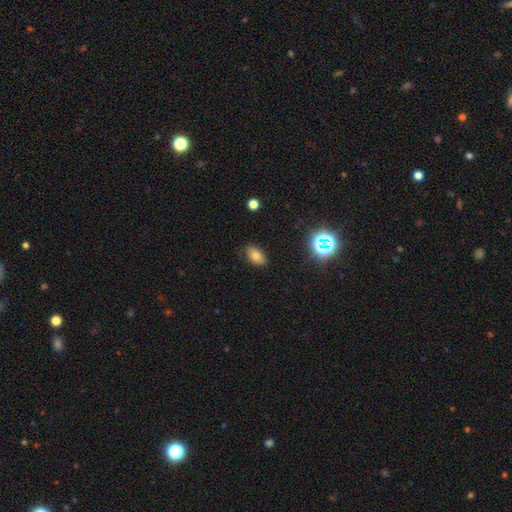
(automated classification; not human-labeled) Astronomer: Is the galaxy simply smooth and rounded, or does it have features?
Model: smooth — 76%.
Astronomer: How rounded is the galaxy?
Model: in between — 91%.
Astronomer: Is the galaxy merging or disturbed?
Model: none — 83%.